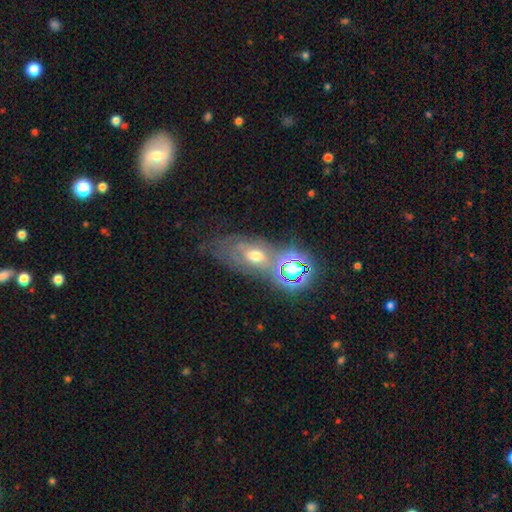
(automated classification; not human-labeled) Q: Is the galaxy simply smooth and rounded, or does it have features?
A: featured or disk — 37%.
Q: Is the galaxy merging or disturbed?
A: none — 42%.